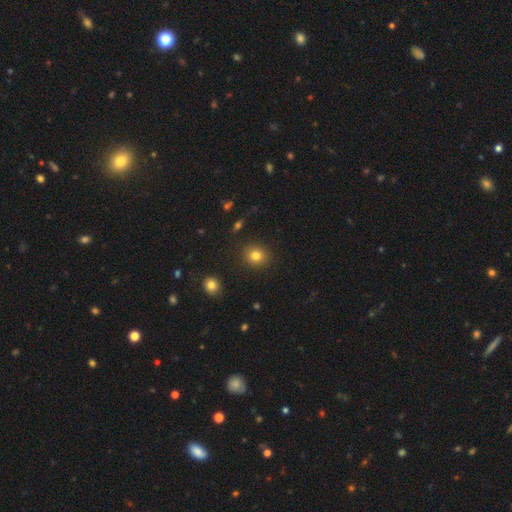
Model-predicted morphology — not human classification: Overall: smooth (81%). How rounded: round (82%). Merging: none (89%).